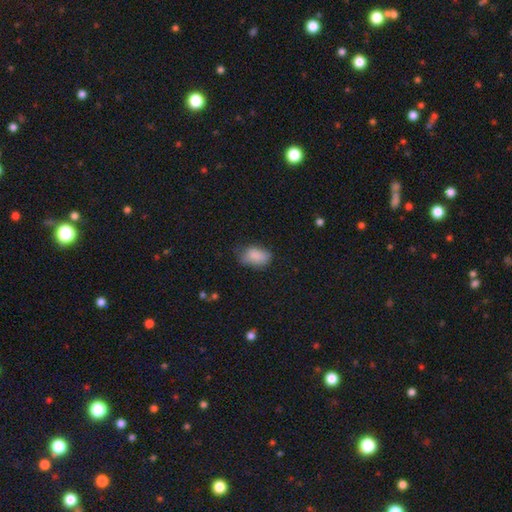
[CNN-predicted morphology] Q: Smooth or featured?
A: smooth (85%); runner-up: star or artifact (8%)
Q: How rounded?
A: in between (88%); runner-up: round (10%)
Q: Merging?
A: none (56%); runner-up: minor disturbance (33%)